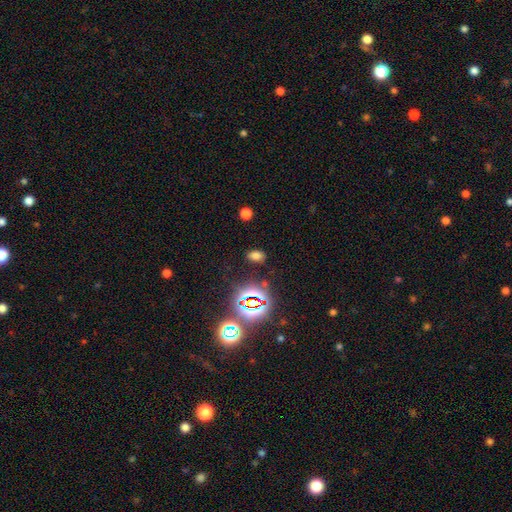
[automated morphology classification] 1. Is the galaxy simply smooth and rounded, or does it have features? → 64% smooth, 29% star or artifact, 8% featured or disk.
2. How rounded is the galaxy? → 83% in between, 15% round, 2% cigar-shaped.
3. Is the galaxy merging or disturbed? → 84% none, 10% minor disturbance, 4% major disturbance, 3% merger.